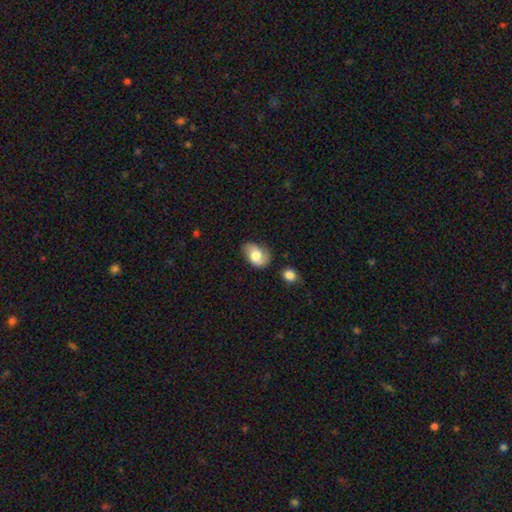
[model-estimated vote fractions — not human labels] Smooth or featured? Predicted: smooth (p=0.62). How rounded? Predicted: in between (p=0.83). Merging? Predicted: none (p=0.62).